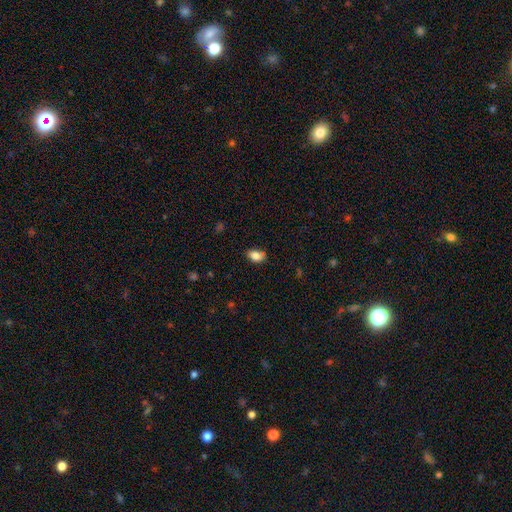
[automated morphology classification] Smooth or featured? smooth (83%)
How rounded? in between (86%)
Merging? none (70%)